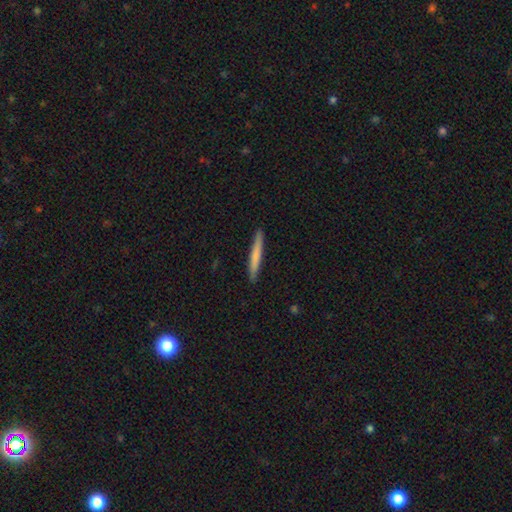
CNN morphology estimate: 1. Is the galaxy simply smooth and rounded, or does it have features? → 70% smooth, 25% featured or disk, 5% star or artifact.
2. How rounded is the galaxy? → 96% cigar-shaped, 3% in between, 1% round.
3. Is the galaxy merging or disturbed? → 91% none, 6% minor disturbance, 1% major disturbance, 1% merger.